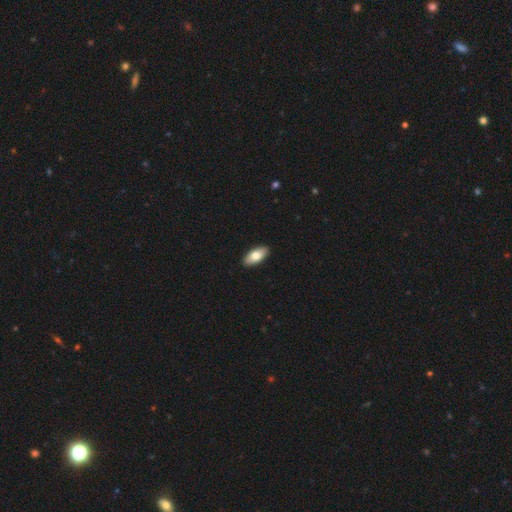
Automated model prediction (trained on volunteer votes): smooth 79%, featured or disk 16%, star or artifact 6%. Down the decision tree: how rounded — in between (90%); merging — none (91%).